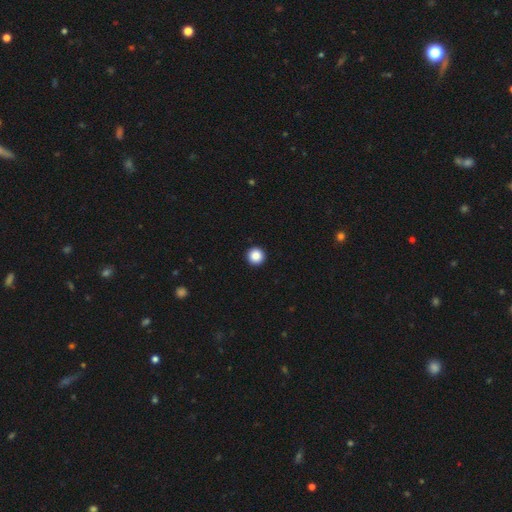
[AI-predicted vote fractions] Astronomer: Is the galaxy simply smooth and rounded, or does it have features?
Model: smooth — 88%.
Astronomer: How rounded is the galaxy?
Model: round — 97%.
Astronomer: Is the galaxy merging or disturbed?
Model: none — 94%.